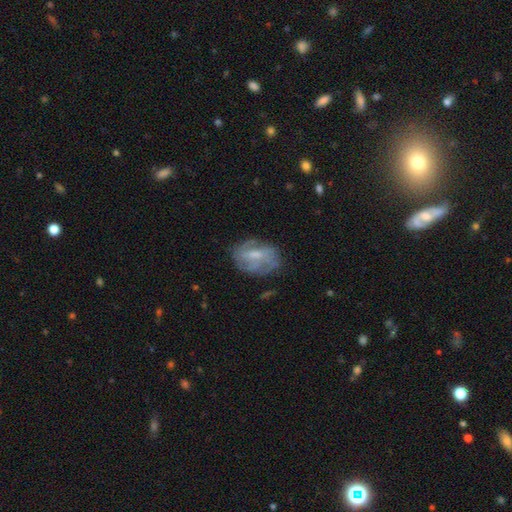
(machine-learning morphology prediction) Smooth or featured?
  - featured or disk: 57% *
  - smooth: 34%
  - star or artifact: 8%
Edge-on disk?
  - no: 96% *
  - yes: 4%
Bar?
  - weak: 49% *
  - no: 37%
  - strong: 14%
Spiral arms?
  - yes: 63% *
  - no: 37%
Bulge size?
  - moderate: 40% *
  - small: 38%
  - none: 17%
  - large: 4%
  - dominant: 1%
Merging?
  - none: 62% *
  - minor disturbance: 24%
  - major disturbance: 12%
  - merger: 2%